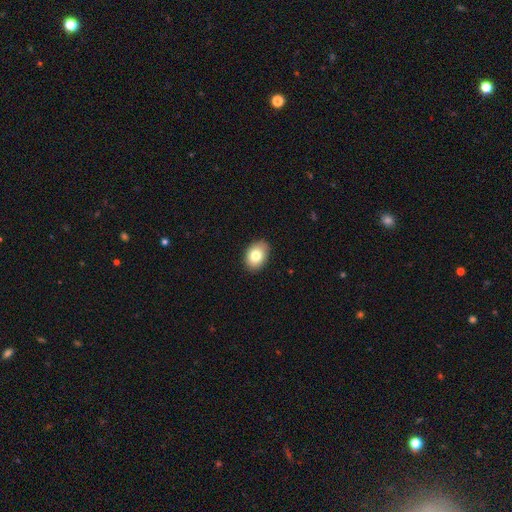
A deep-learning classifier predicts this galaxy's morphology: Smooth or featured: smooth — 81% (featured or disk — 11%)
How rounded: in between — 76% (round — 23%)
Merging: none — 86% (minor disturbance — 11%)